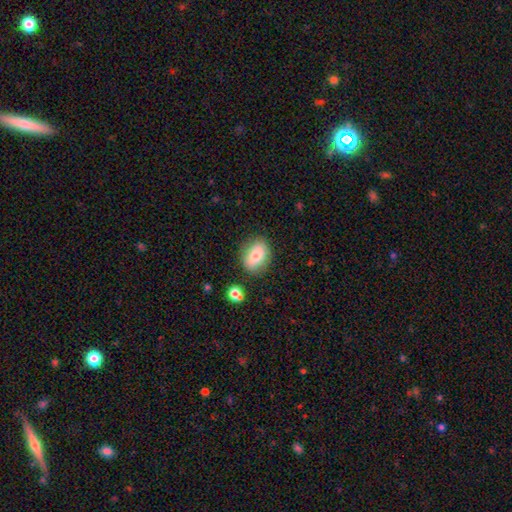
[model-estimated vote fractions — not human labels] This appears to be a smooth galaxy with no disk features (73%) that is in between round and cigar-shaped (75%). Merging: none (79%).